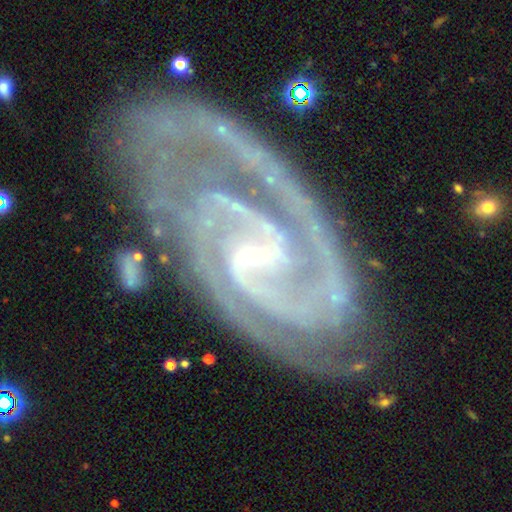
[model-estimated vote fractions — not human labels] This is clearly a featured or disk galaxy (93%). It is clearly not viewed edge-on (97%). Bar: possibly weak (46%). Spiral arm pattern: clearly yes (99%). Spiral arm count: likely 2 (78%). Spiral winding: likely tight (63%). Central bulge: likely small (64%). Merging: likely none (70%).